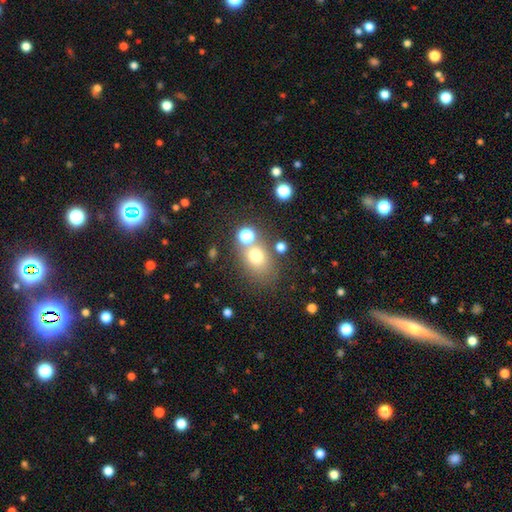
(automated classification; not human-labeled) A smooth galaxy with no disk features (70%) that is round (52%).

Vote fractions:
- Smooth or featured? smooth: 70% / star or artifact: 17% / featured or disk: 13%
- How rounded? round: 52% / in between: 47% / cigar-shaped: 1%
- Merging? none: 62% / merger: 17% / minor disturbance: 14% / major disturbance: 7%